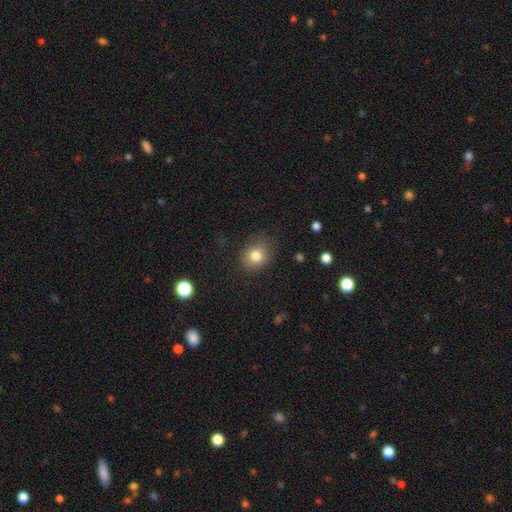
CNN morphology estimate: A smooth galaxy with no disk features (80%) that is round (61%). Merging: none (80%).